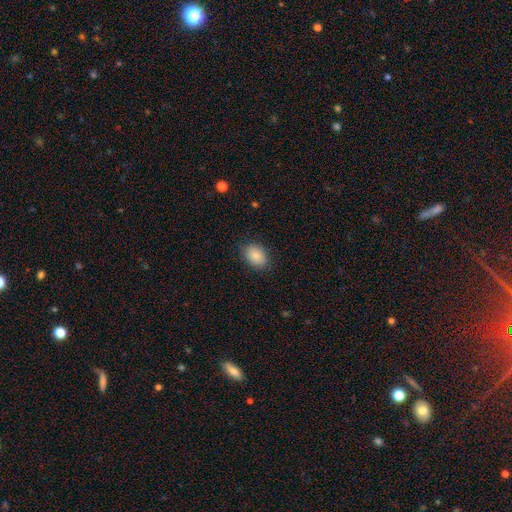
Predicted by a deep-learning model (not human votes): Smooth or featured? smooth (87%)
How rounded? in between (72%)
Merging? none (86%)